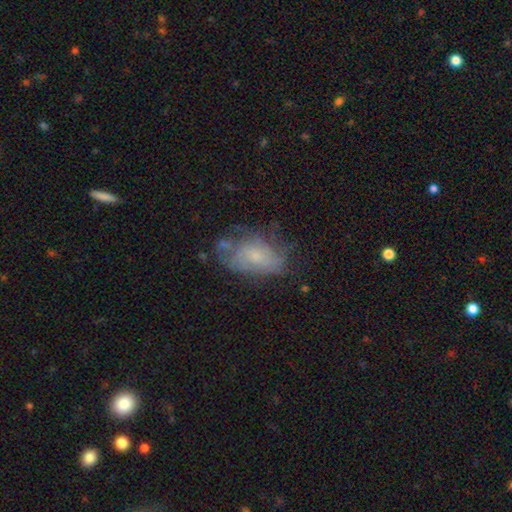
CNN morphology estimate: A smooth galaxy with no disk features (47%). Merging: none (51%).